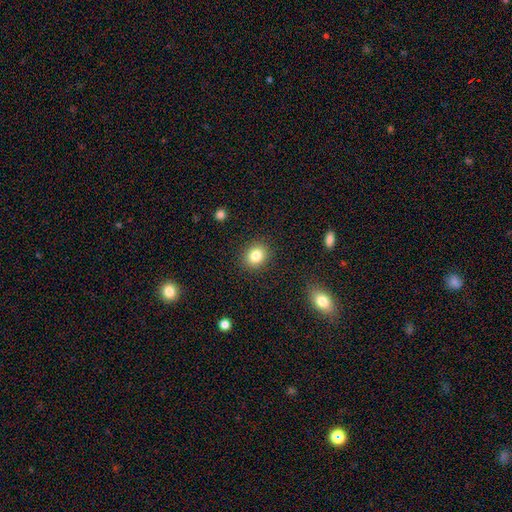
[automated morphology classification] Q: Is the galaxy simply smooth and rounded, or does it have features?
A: smooth — 83%.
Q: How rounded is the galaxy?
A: round — 71%.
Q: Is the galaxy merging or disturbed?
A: none — 89%.